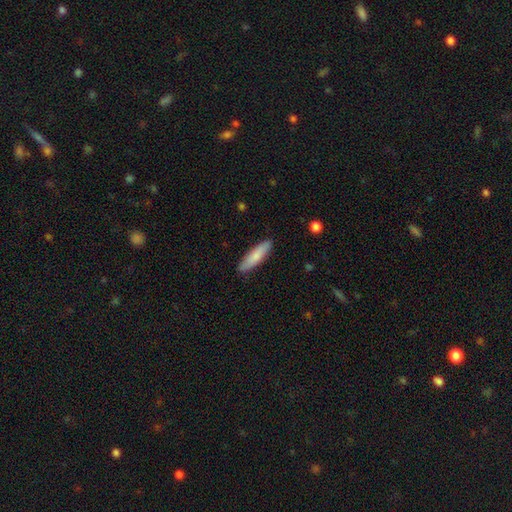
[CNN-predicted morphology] Overall: smooth (79%). How rounded: cigar-shaped (73%). Merging: none (88%).